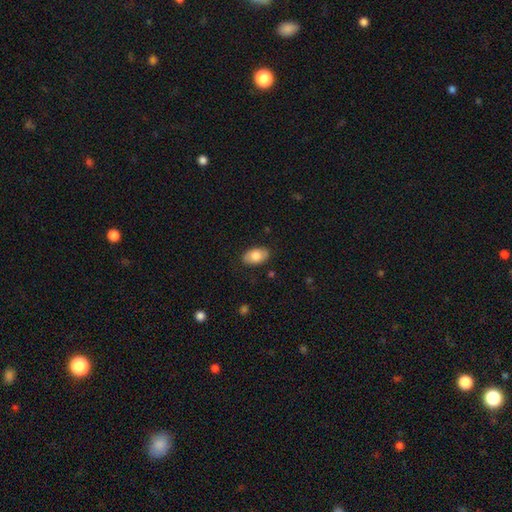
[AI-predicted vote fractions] This is likely a smooth galaxy (79%). How rounded: clearly in between (92%). Merging: clearly none (84%).